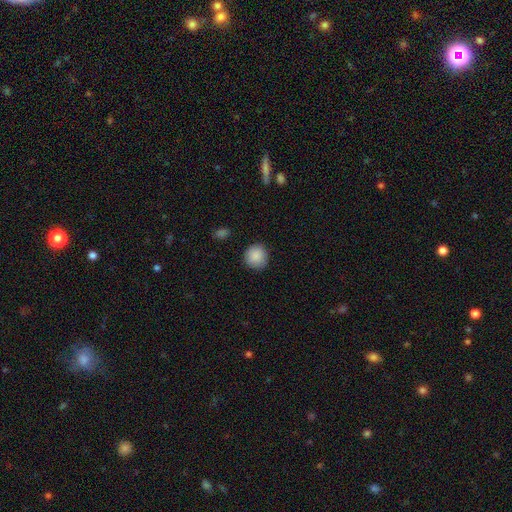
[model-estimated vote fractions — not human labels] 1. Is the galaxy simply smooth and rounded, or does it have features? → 89% smooth, 8% star or artifact, 3% featured or disk.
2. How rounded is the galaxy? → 92% round, 7% in between, 1% cigar-shaped.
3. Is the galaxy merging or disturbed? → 89% none, 8% minor disturbance, 2% major disturbance, 1% merger.